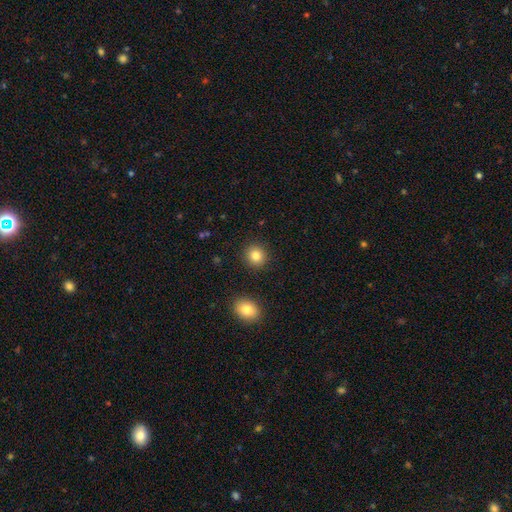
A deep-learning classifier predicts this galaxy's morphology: smooth-or-featured: smooth: 84% | star or artifact: 10% | featured or disk: 6%
  how-rounded: round: 88% | in between: 11% | cigar-shaped: 1%
  merging: none: 90% | minor disturbance: 6% | major disturbance: 2% | merger: 2%